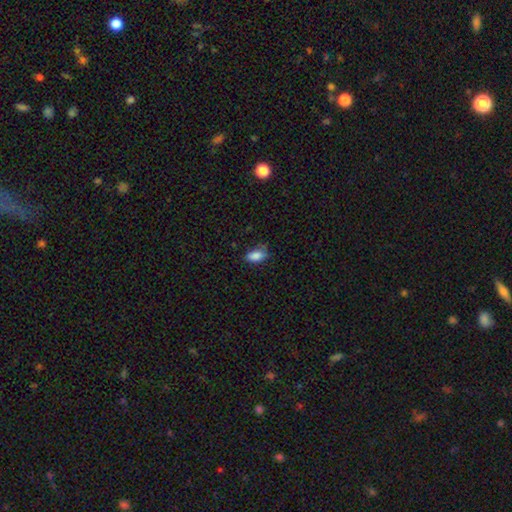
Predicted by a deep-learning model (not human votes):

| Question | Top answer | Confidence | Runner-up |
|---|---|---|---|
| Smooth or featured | smooth | 85% | star or artifact (9%) |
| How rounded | in between | 90% | cigar-shaped (6%) |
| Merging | none | 67% | minor disturbance (25%) |